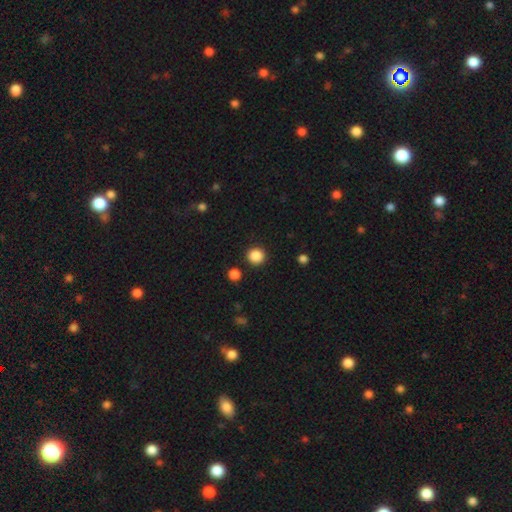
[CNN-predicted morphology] Overall: smooth (86%). How rounded: round (92%). Merging: none (90%).